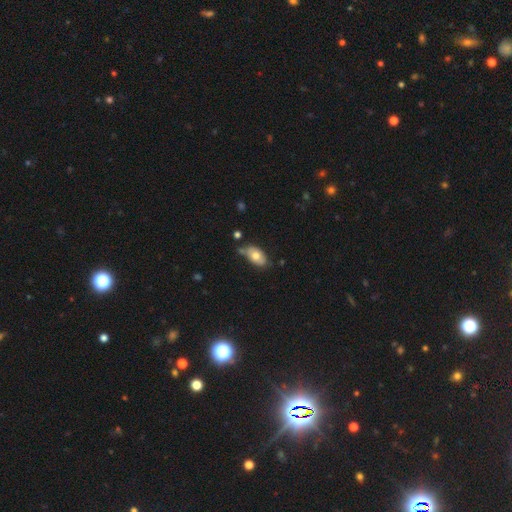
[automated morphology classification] This is likely a smooth galaxy (70%). How rounded: clearly in between (92%). Merging: possibly none (54%).